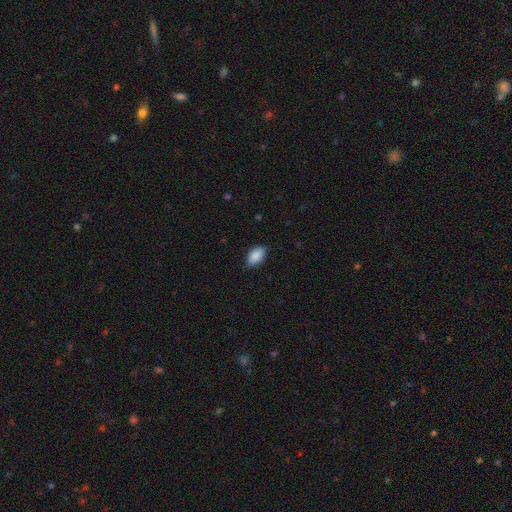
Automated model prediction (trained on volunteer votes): Smooth or featured: smooth — 88% (star or artifact — 7%)
How rounded: in between — 93% (round — 4%)
Merging: none — 84% (minor disturbance — 13%)